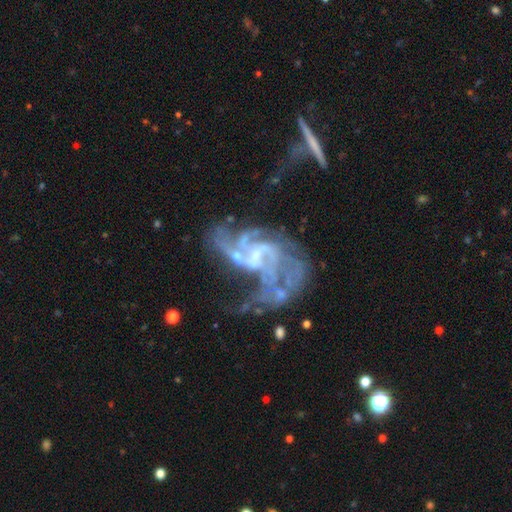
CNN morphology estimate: featured or disk 85%, star or artifact 10%, smooth 6%. Down the decision tree: edge-on disk — no (97%); bar — weak (43%); spiral arms — yes (86%); spiral arm count — 2 (33%); spiral winding — loose (50%); bulge size — small (43%); merging — major disturbance (43%).